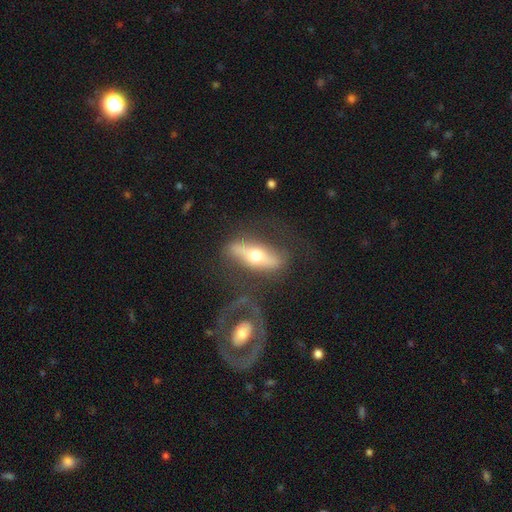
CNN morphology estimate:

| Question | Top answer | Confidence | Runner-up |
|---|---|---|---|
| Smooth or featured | featured or disk | 67% | smooth (28%) |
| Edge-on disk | no | 53% | yes (47%) |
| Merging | none | 62% | major disturbance (18%) |